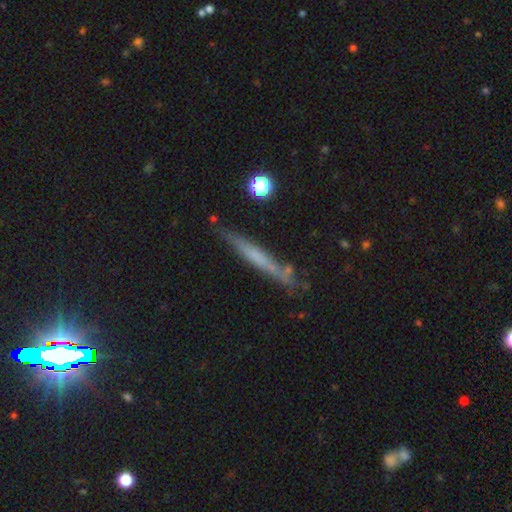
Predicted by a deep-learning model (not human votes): Morphology: type=smooth (48%); merging=none (77%).